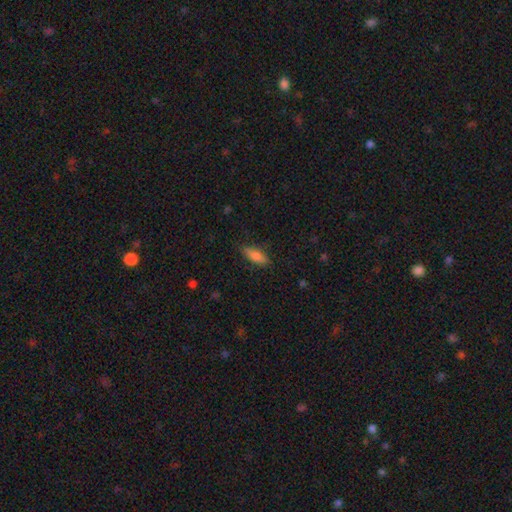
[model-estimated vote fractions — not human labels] smooth 82%, featured or disk 11%, star or artifact 7%. Down the decision tree: how rounded — in between (63%); merging — none (82%).